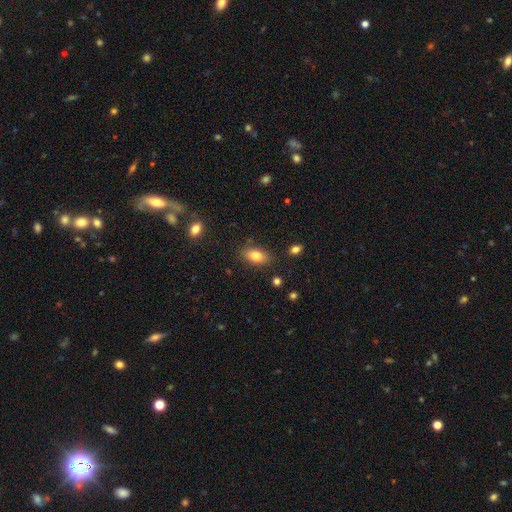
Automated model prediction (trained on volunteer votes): The model was most divided on "merging": none: 81%, minor disturbance: 13%, major disturbance: 3%, merger: 2%. More confident: how rounded — in between (88%); smooth or featured — smooth (81%).